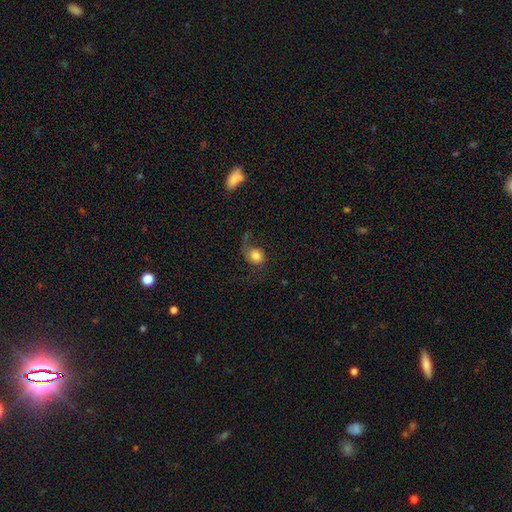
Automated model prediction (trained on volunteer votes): Smooth or featured: smooth — 63% (featured or disk — 28%)
How rounded: round — 57% (in between — 42%)
Merging: none — 39% (major disturbance — 38%)